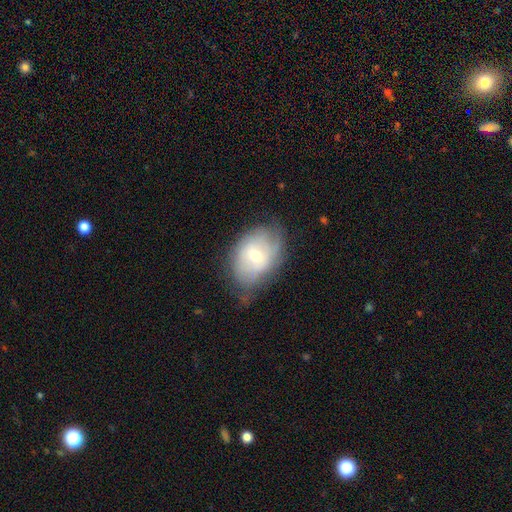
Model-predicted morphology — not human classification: This is possibly a featured or disk galaxy (48%). Merging: possibly none (54%).